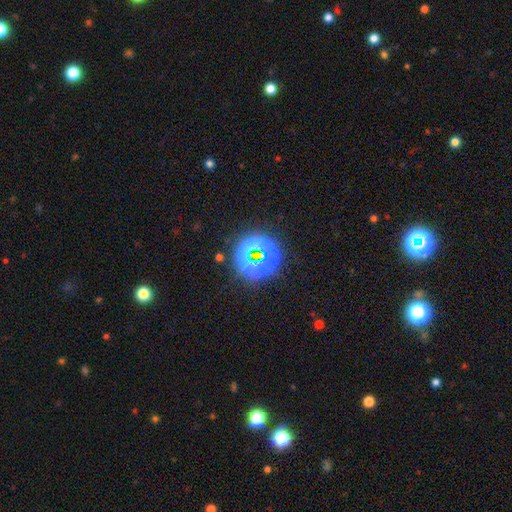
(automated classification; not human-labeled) This is likely a star or artifact rather than a galaxy (72%).